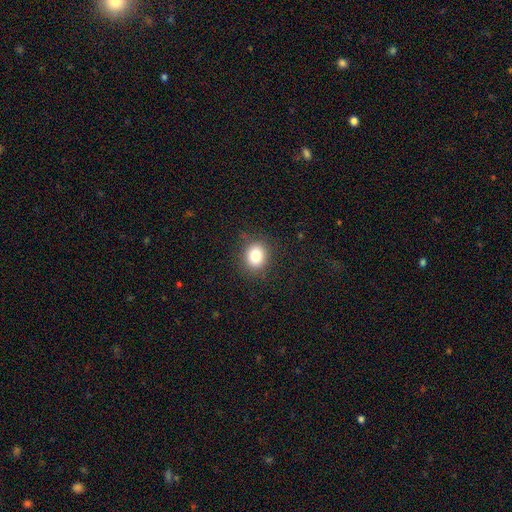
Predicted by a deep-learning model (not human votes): The model was most divided on "how rounded": round: 70%, in between: 29%, cigar-shaped: 1%. More confident: merging — none (87%); smooth or featured — smooth (82%).